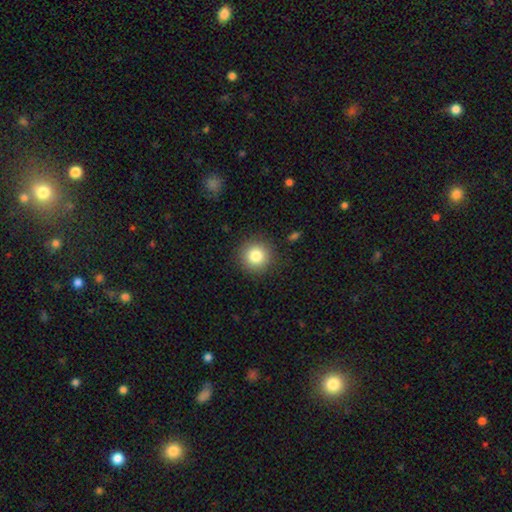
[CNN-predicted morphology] type=smooth (83%); roundness=round (94%); merging=none (89%).